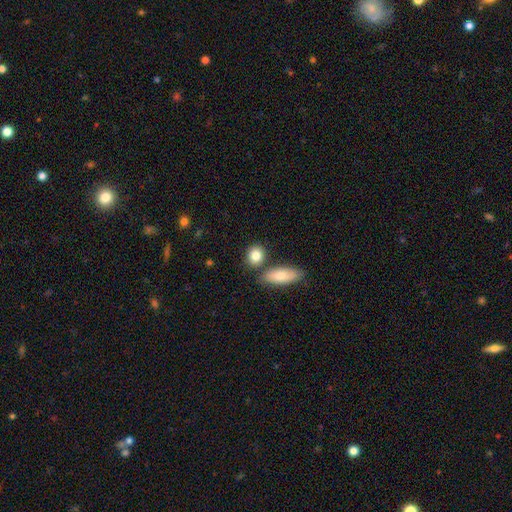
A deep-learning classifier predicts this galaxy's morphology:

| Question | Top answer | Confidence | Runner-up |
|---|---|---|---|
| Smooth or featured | smooth | 84% | featured or disk (9%) |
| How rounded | round | 50% | in between (47%) |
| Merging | none | 71% | merger (16%) |